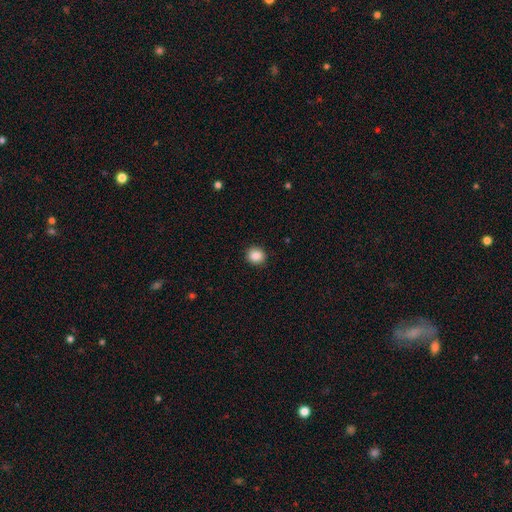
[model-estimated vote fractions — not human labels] smooth-or-featured: smooth: 88% | star or artifact: 9% | featured or disk: 3%
  how-rounded: round: 86% | in between: 13% | cigar-shaped: 1%
  merging: none: 91% | minor disturbance: 6% | major disturbance: 2% | merger: 1%